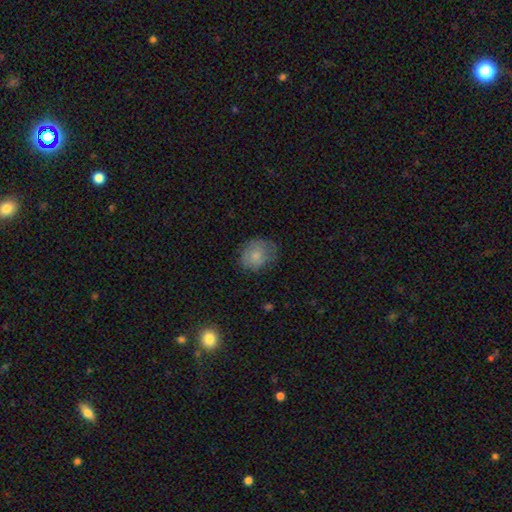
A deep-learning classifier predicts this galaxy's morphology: Smooth or featured? smooth (76%)
How rounded? round (56%)
Merging? none (61%)